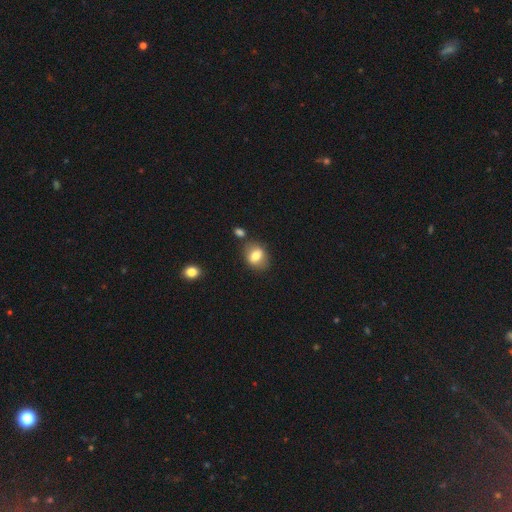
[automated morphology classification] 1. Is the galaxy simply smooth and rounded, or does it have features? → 72% smooth, 19% featured or disk, 9% star or artifact.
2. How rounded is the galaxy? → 58% in between, 40% round, 2% cigar-shaped.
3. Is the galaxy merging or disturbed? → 71% none, 15% minor disturbance, 10% merger, 5% major disturbance.